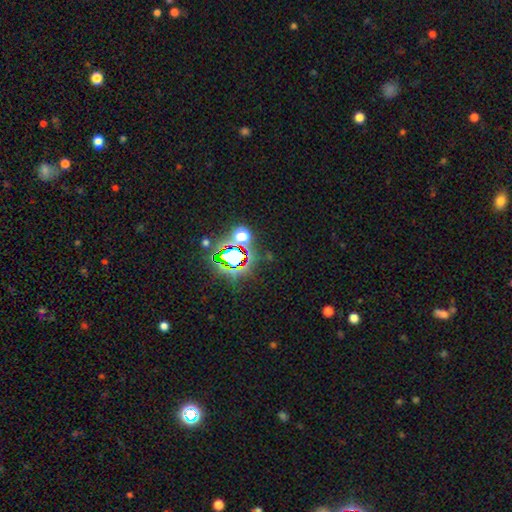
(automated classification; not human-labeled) This appears to be a star or artifact, not a galaxy (81%).